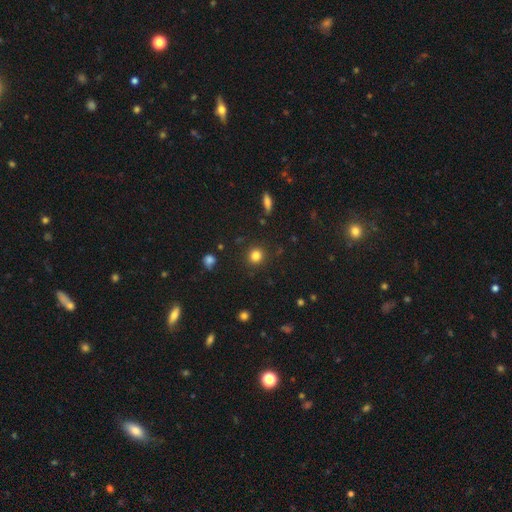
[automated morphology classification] A smooth galaxy with no disk features (83%) that is round (89%). Merging: none (89%).